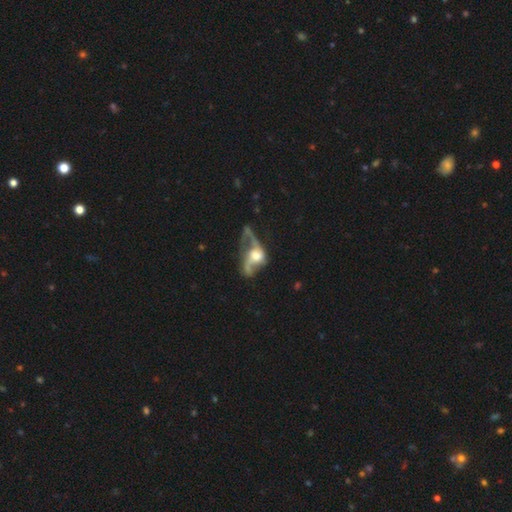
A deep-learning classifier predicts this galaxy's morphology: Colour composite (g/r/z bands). It shows a featured or disk galaxy (73%) with no bar (64%), 2 (73%) loose (74%) spiral arms (79%) and a moderate central bulge (52%). Merging: major disturbance (46%).